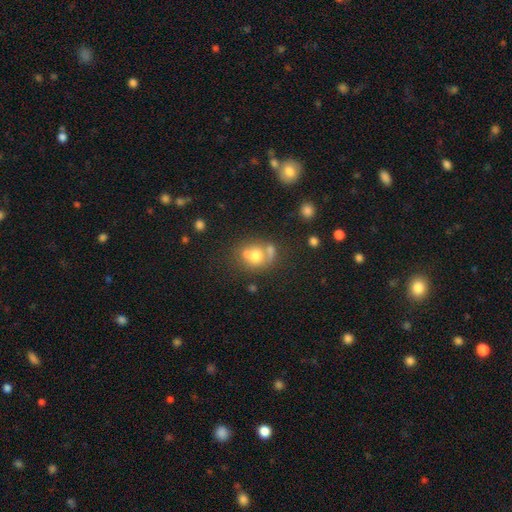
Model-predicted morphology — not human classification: Overall: smooth (65%). How rounded: round (72%). Merging: merger (45%; none 36%).